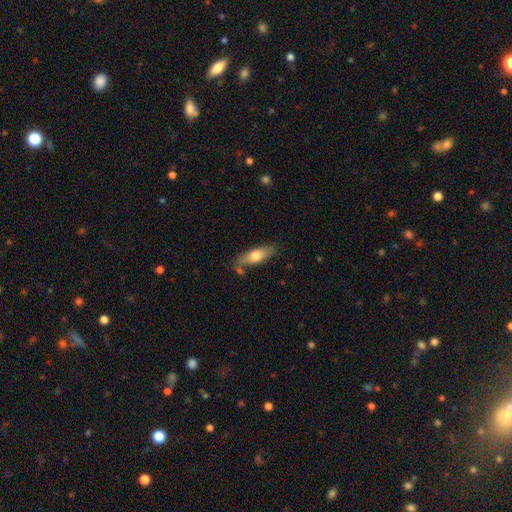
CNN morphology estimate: Smooth or featured: smooth — 66% (featured or disk — 28%)
How rounded: in between — 54% (cigar-shaped — 44%)
Merging: none — 72% (minor disturbance — 17%)